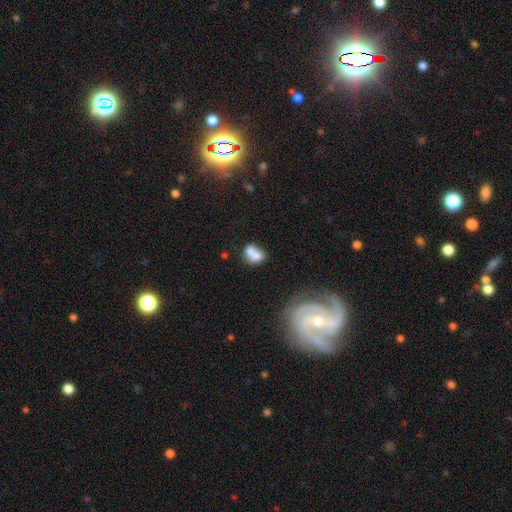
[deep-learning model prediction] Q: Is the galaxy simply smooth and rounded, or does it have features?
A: smooth — 70%.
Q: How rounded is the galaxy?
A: in between — 66%.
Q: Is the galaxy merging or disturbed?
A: merger — 55%.